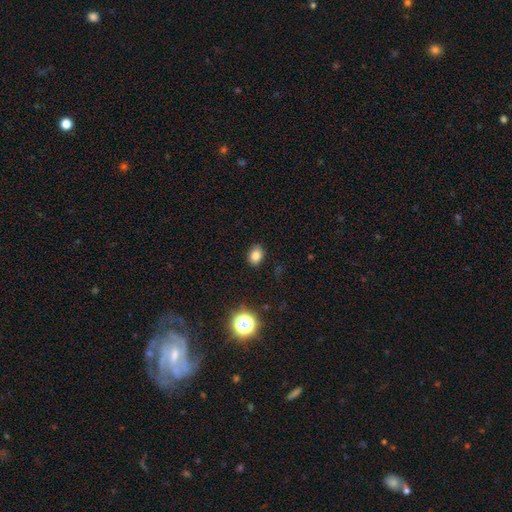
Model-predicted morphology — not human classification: smooth 81%, star or artifact 13%, featured or disk 6%. Down the decision tree: how rounded — in between (63%); merging — none (85%).